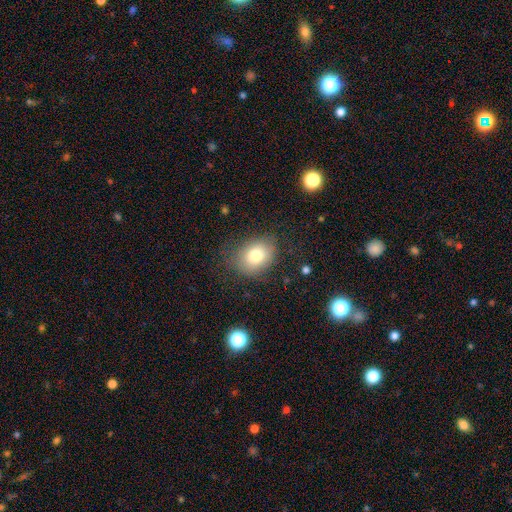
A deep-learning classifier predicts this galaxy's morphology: The model was most divided on "how rounded": in between: 58%, round: 41%, cigar-shaped: 1%. More confident: smooth or featured — smooth (77%); merging — none (71%).